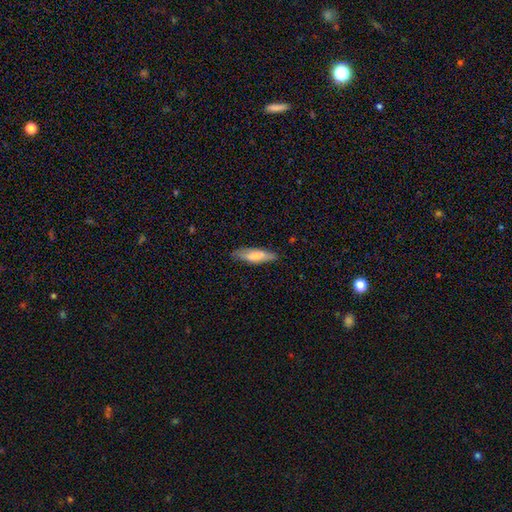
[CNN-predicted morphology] The model was most divided on "how rounded": cigar-shaped: 58%, in between: 40%, round: 2%. More confident: merging — none (80%); smooth or featured — smooth (70%).